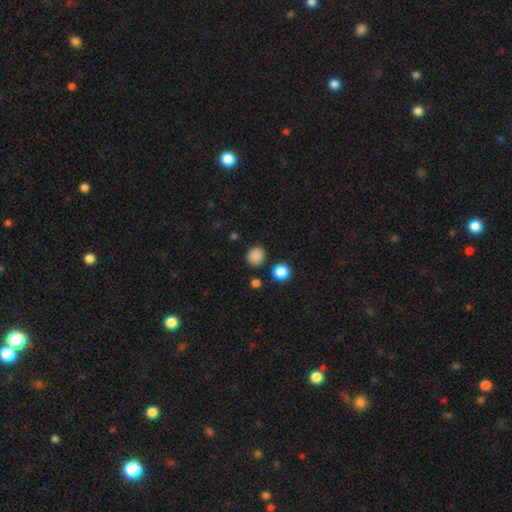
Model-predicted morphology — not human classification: smooth 86%, star or artifact 11%, featured or disk 3%. Down the decision tree: how rounded — round (85%); merging — none (85%).